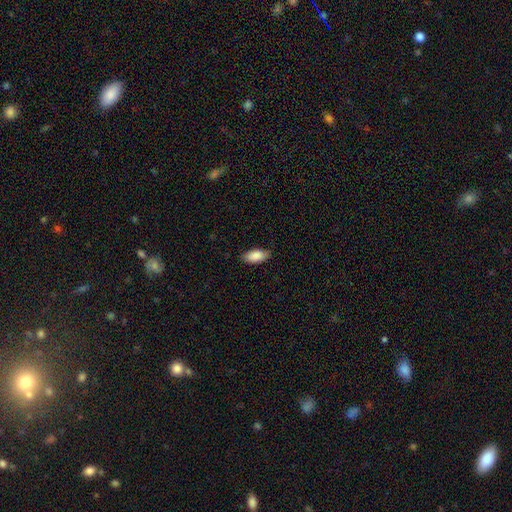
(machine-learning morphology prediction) Smooth or featured?
  - smooth: 88% *
  - star or artifact: 6%
  - featured or disk: 6%
How rounded?
  - in between: 90% *
  - cigar-shaped: 8%
  - round: 2%
Merging?
  - none: 81% *
  - minor disturbance: 15%
  - major disturbance: 2%
  - merger: 1%